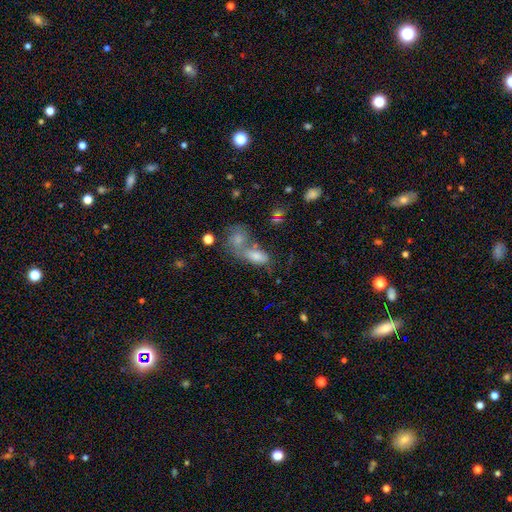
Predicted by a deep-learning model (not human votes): Overall: smooth (62%; featured or disk 22%). How rounded: in between (78%). Merging: merger (49%; none 33%).